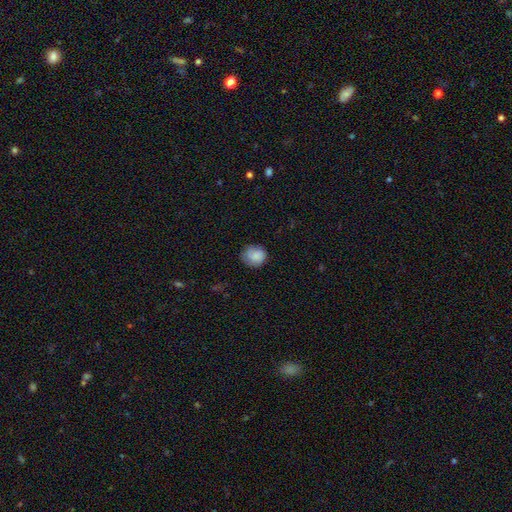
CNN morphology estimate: smooth 85%, featured or disk 8%, star or artifact 8%. Down the decision tree: how rounded — round (79%); merging — none (72%).